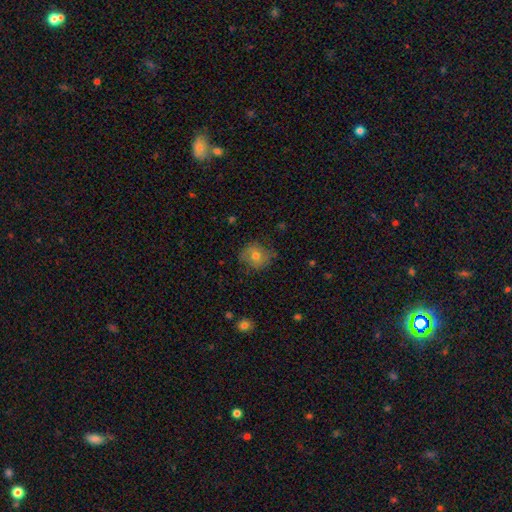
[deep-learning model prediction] Overall: smooth (61%; featured or disk 29%). How rounded: round (74%). Merging: none (69%).